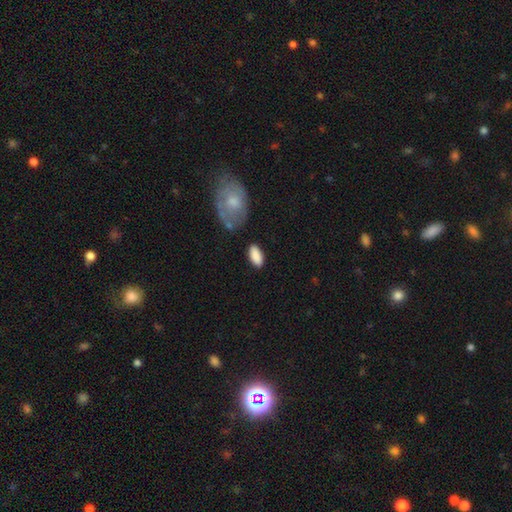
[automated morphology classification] Smooth or featured?
  - smooth: 88% *
  - star or artifact: 6%
  - featured or disk: 6%
How rounded?
  - in between: 91% *
  - cigar-shaped: 7%
  - round: 2%
Merging?
  - none: 81% *
  - minor disturbance: 13%
  - major disturbance: 3%
  - merger: 3%